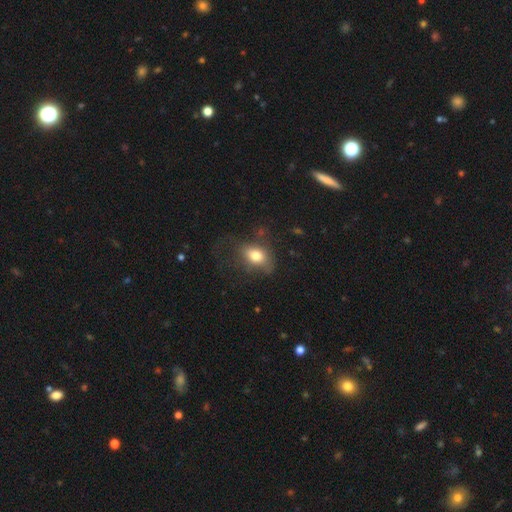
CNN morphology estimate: Q: Smooth or featured?
A: smooth (75%); runner-up: featured or disk (16%)
Q: How rounded?
A: in between (80%); runner-up: round (18%)
Q: Merging?
A: none (46%); runner-up: minor disturbance (26%)